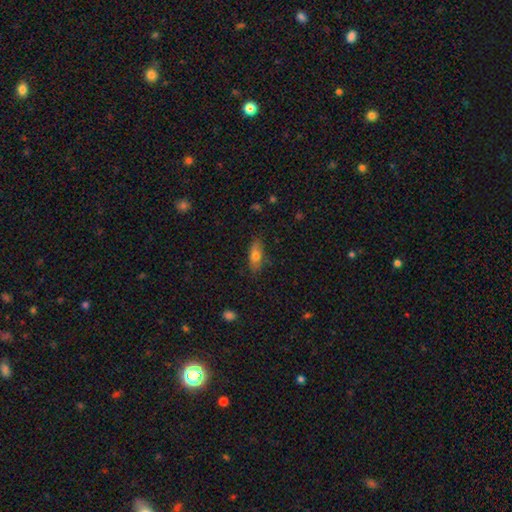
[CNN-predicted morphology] This is likely a smooth galaxy (71%). How rounded: likely in between (71%). Merging: clearly none (80%).